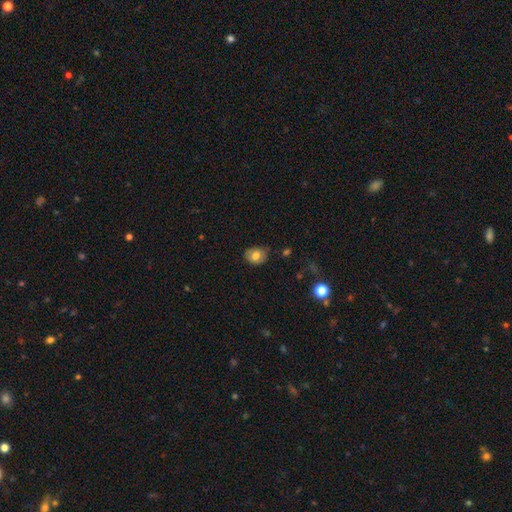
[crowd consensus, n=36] Morphology: type=smooth (89%); roundness=in between (66%); merging=none (78%).